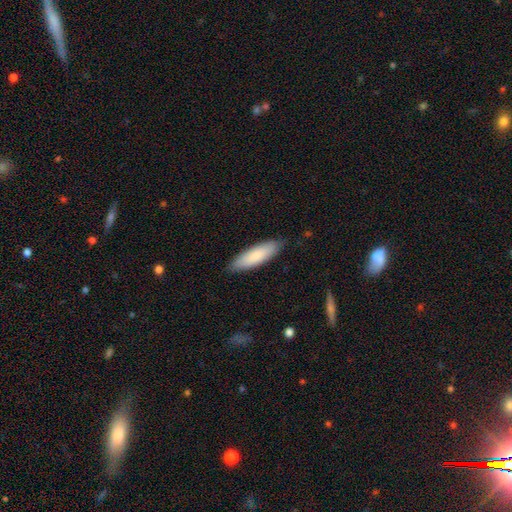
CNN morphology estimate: Smooth or featured: smooth — 83% (featured or disk — 11%)
How rounded: cigar-shaped — 50% (in between — 49%)
Merging: none — 85% (minor disturbance — 12%)